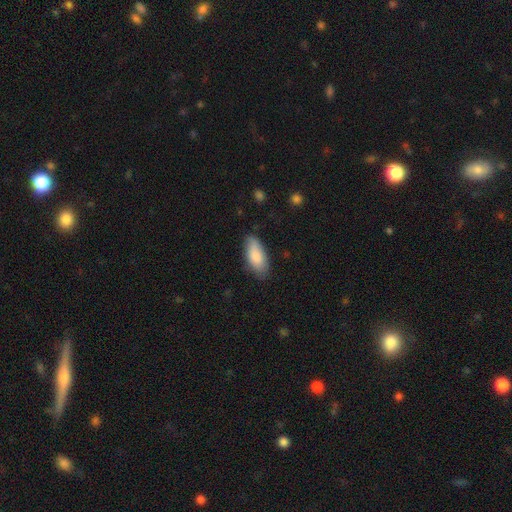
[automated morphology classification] smooth-or-featured: smooth: 86% | featured or disk: 9% | star or artifact: 6%
  how-rounded: in between: 86% | cigar-shaped: 12% | round: 2%
  merging: none: 75% | minor disturbance: 20% | major disturbance: 4% | merger: 1%